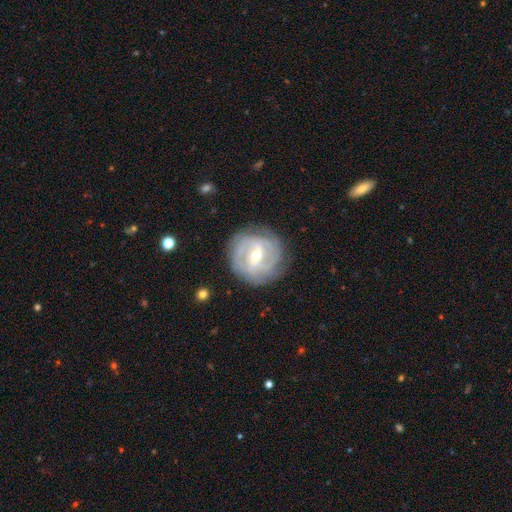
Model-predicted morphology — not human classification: Smooth or featured?
  - featured or disk: 86% *
  - smooth: 9%
  - star or artifact: 5%
Edge-on disk?
  - no: 97% *
  - yes: 3%
Bar?
  - weak: 49% *
  - strong: 34%
  - no: 17%
Spiral arms?
  - yes: 94% *
  - no: 6%
Spiral winding?
  - tight: 62% *
  - medium: 30%
  - loose: 8%
Spiral arm count?
  - 2: 28% *
  - 3: 26%
  - can't tell: 25%
  - 4: 11%
  - more than 4: 5%
  - 1: 5%
Bulge size?
  - moderate: 49% *
  - small: 48%
  - large: 1%
  - none: 1%
  - dominant: 1%
Merging?
  - none: 82% *
  - minor disturbance: 12%
  - major disturbance: 4%
  - merger: 1%